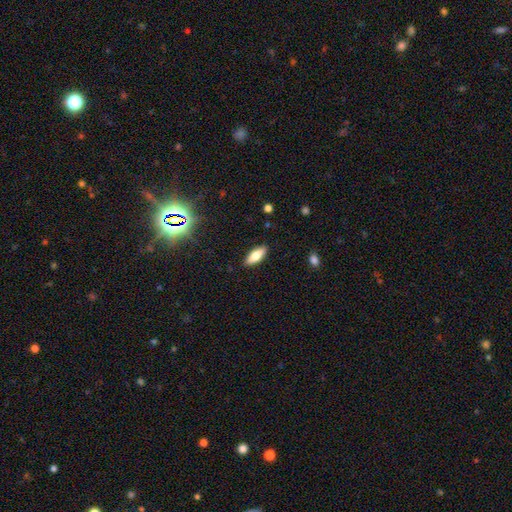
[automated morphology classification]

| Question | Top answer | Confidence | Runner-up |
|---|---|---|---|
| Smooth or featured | smooth | 69% | featured or disk (23%) |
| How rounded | in between | 71% | cigar-shaped (27%) |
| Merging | none | 89% | minor disturbance (8%) |